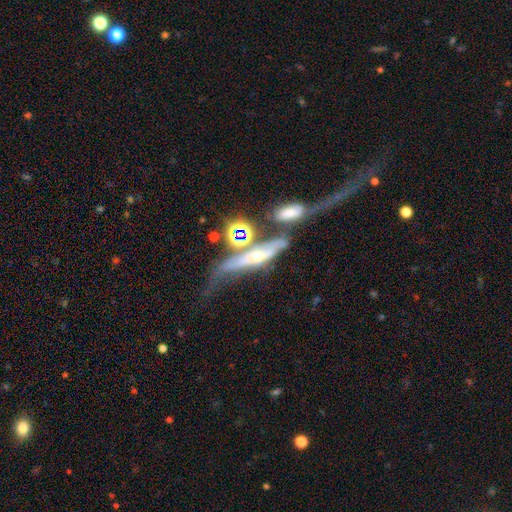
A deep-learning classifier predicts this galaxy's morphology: Q: Smooth or featured?
A: featured or disk (69%); runner-up: smooth (19%)
Q: Edge-on disk?
A: yes (69%); runner-up: no (31%)
Q: Merging?
A: merger (41%); runner-up: major disturbance (22%)